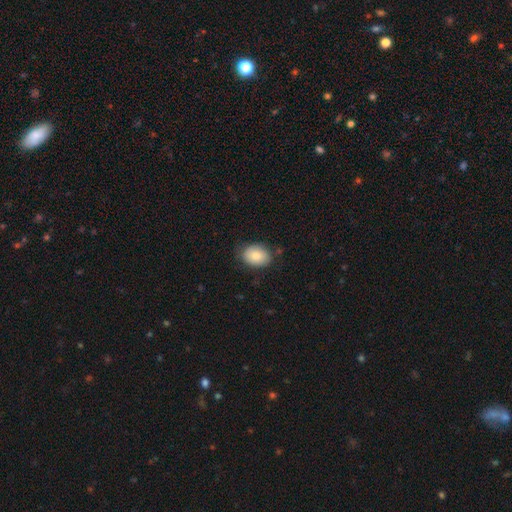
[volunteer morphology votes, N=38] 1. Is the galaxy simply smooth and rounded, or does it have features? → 87% smooth, 8% featured or disk, 5% star or artifact.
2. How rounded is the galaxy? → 67% in between, 30% round, 3% cigar-shaped.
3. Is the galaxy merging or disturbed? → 81% none, 17% minor disturbance, 3% major disturbance, 0% merger.